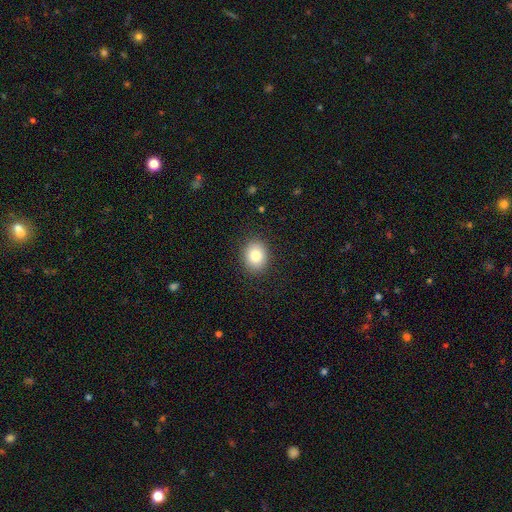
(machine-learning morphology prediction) Smooth or featured: smooth — 82% (star or artifact — 9%)
How rounded: round — 56% (in between — 43%)
Merging: none — 89% (minor disturbance — 8%)